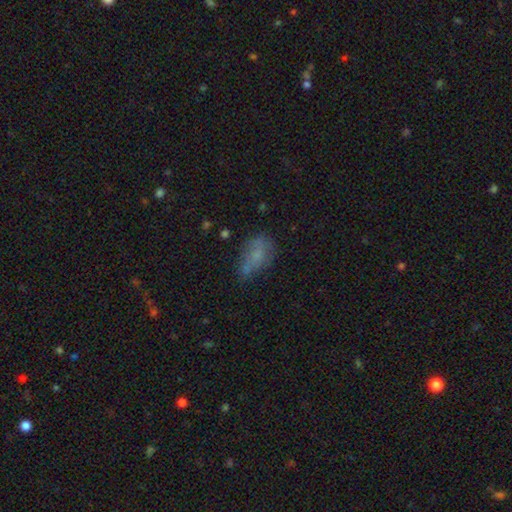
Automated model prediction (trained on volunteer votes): smooth_or_featured: smooth (p=0.57) [alt: featured or disk p=0.27]
how_rounded: in between (p=0.83) [alt: cigar-shaped p=0.09]
merging: none (p=0.43) [alt: minor disturbance p=0.29]